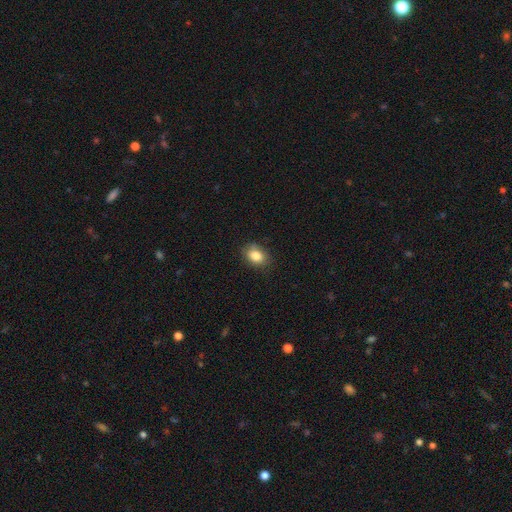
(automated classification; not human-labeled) Smooth or featured? smooth (85%)
How rounded? in between (68%)
Merging? none (79%)